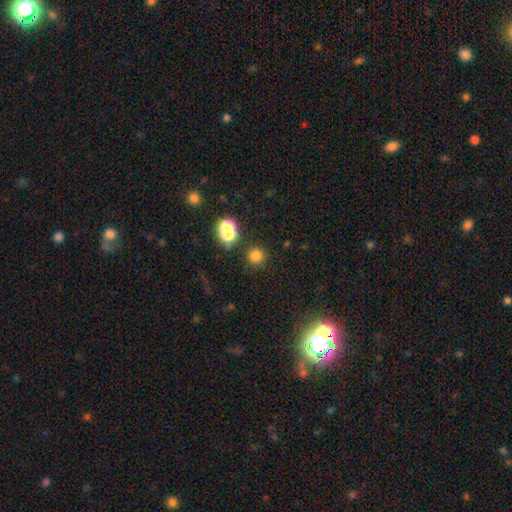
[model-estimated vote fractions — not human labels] Morphology: type=smooth (77%); roundness=round (91%); merging=none (80%).